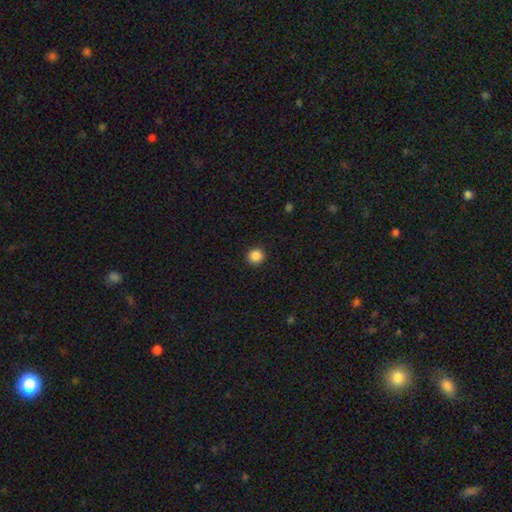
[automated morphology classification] Smooth or featured? Predicted: smooth (p=0.87). How rounded? Predicted: round (p=0.92). Merging? Predicted: none (p=0.92).